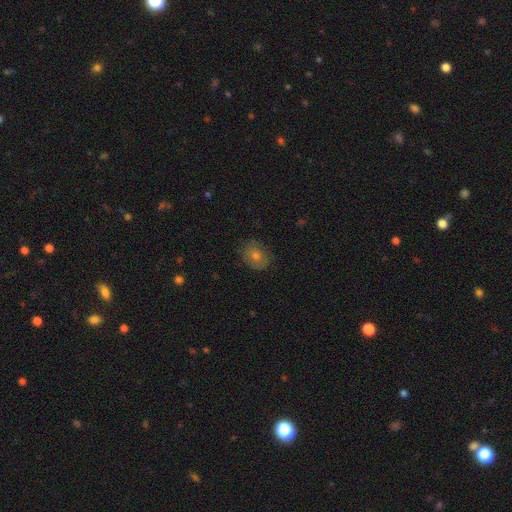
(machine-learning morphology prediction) Smooth or featured?
  - smooth: 61% *
  - featured or disk: 25%
  - star or artifact: 15%
How rounded?
  - round: 54% *
  - in between: 45%
  - cigar-shaped: 1%
Merging?
  - none: 81% *
  - minor disturbance: 14%
  - major disturbance: 4%
  - merger: 1%